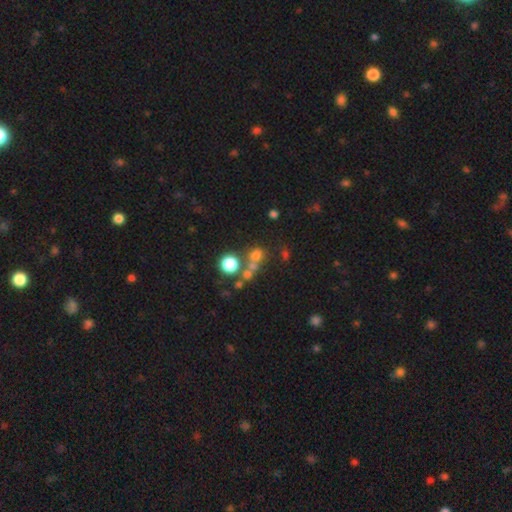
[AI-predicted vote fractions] This appears to be a smooth galaxy with no disk features (62%) that is round (79%). Merging: none (50%).